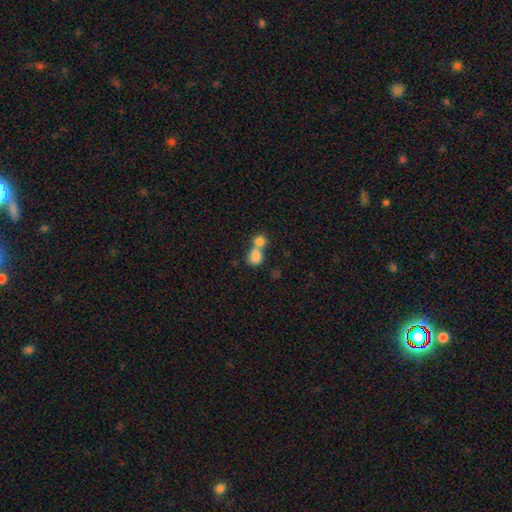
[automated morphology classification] Smooth or featured? smooth (81%)
How rounded? round (62%)
Merging? merger (68%)